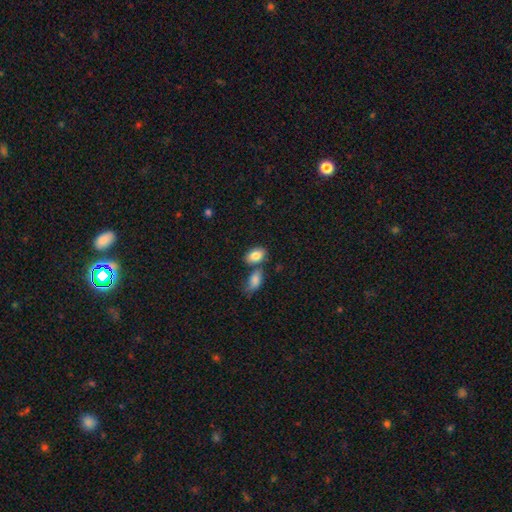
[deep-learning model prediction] smooth-or-featured: smooth: 85% | featured or disk: 8% | star or artifact: 7%
  how-rounded: in between: 90% | round: 8% | cigar-shaped: 2%
  merging: none: 61% | merger: 23% | minor disturbance: 13% | major disturbance: 4%